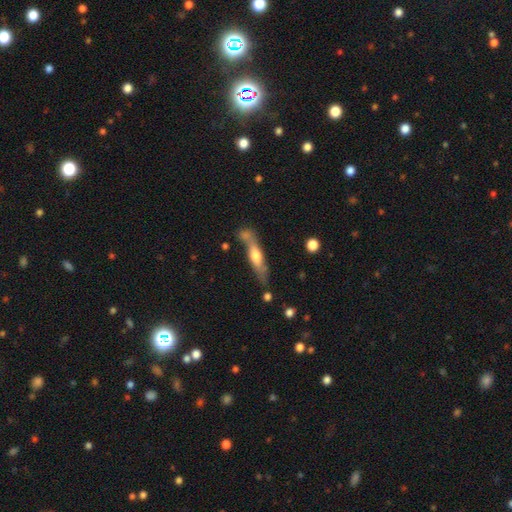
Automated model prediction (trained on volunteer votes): The model was most divided on "smooth or featured": featured or disk: 51%, smooth: 43%, star or artifact: 6%. More confident: edge-on disk — yes (80%); merging — none (57%).